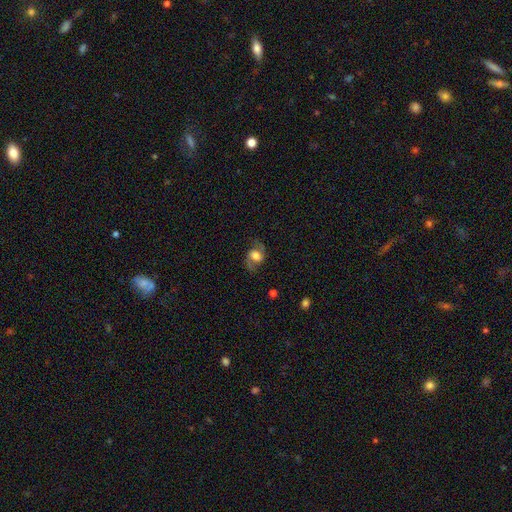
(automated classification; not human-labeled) This appears to be a featured or disk galaxy (68%) with no bar (45%), 2 (91%) loose (47%) spiral arms (91%) and a large central bulge (44%). Merging: none (74%).